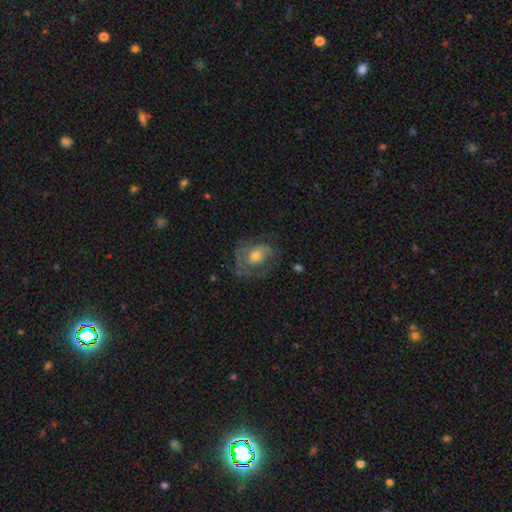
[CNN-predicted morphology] Overall: featured or disk (64%; smooth 28%). Edge-on disk: no (97%). Bar: no (77%). Spiral arms: yes (77%). Bulge size: moderate (61%; small 26%). Merging: none (59%; minor disturbance 20%).